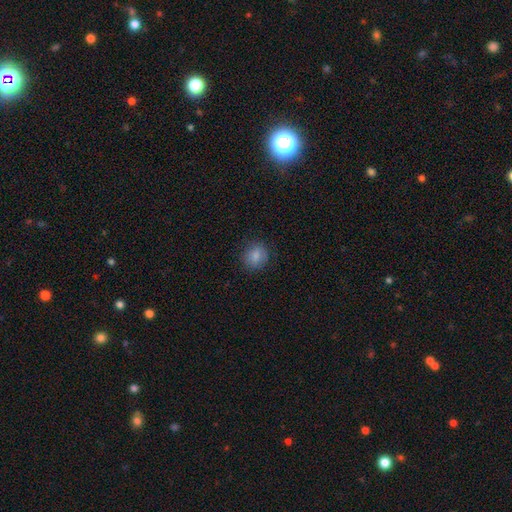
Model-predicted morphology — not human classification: Smooth or featured? Predicted: smooth (p=0.84). How rounded? Predicted: round (p=0.81). Merging? Predicted: none (p=0.82).